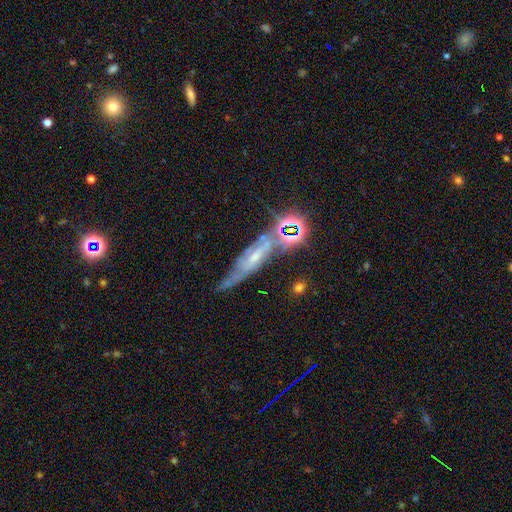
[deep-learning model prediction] Morphology: type=featured or disk (55%); edge-on=no (55%); merging=none (55%).